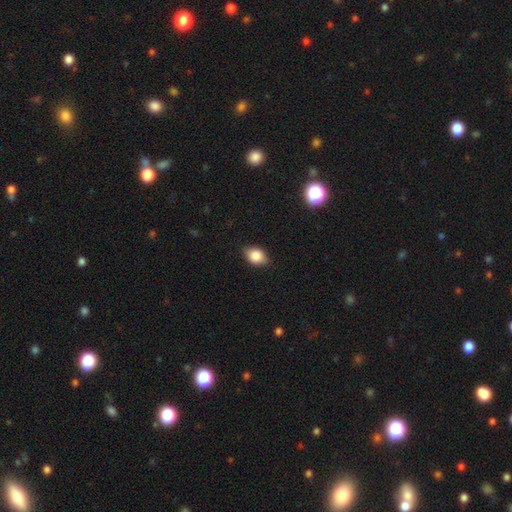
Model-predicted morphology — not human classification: A smooth galaxy with no disk features (83%) that is in between round and cigar-shaped (74%). Merging: none (80%).